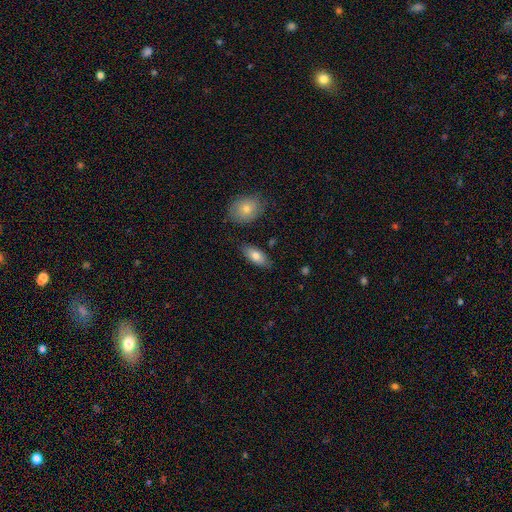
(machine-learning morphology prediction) Smooth or featured?
  - smooth: 76% *
  - featured or disk: 17%
  - star or artifact: 6%
How rounded?
  - in between: 86% *
  - cigar-shaped: 11%
  - round: 3%
Merging?
  - none: 81% *
  - minor disturbance: 12%
  - merger: 4%
  - major disturbance: 3%